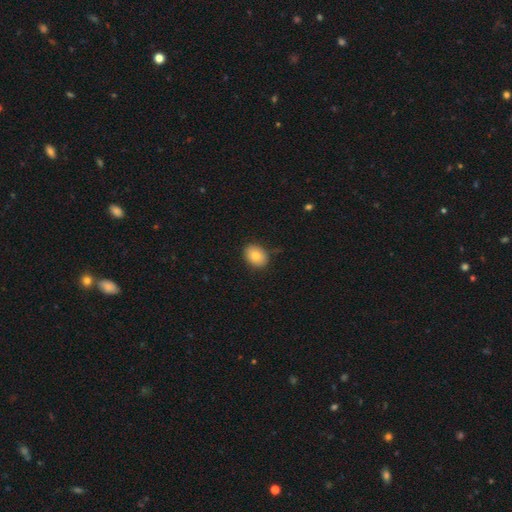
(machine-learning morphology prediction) smooth-or-featured: smooth: 83% | featured or disk: 9% | star or artifact: 8%
  how-rounded: in between: 68% | round: 31% | cigar-shaped: 1%
  merging: none: 84% | minor disturbance: 12% | major disturbance: 2% | merger: 1%